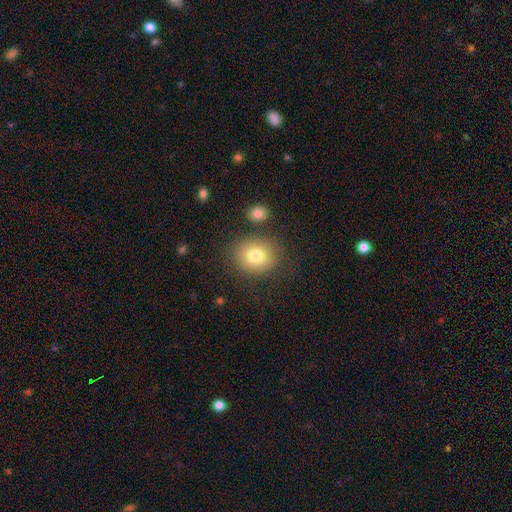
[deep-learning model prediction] Smooth or featured? Predicted: smooth (p=0.78). How rounded? Predicted: round (p=0.64). Merging? Predicted: none (p=0.77).